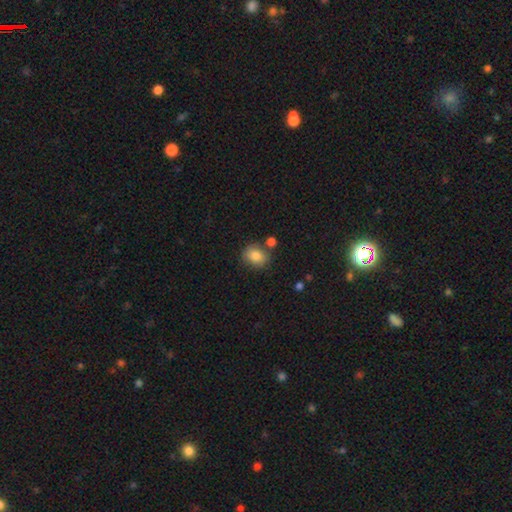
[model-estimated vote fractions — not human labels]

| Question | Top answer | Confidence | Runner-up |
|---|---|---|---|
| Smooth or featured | smooth | 83% | star or artifact (9%) |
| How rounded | round | 60% | in between (39%) |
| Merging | none | 72% | minor disturbance (14%) |